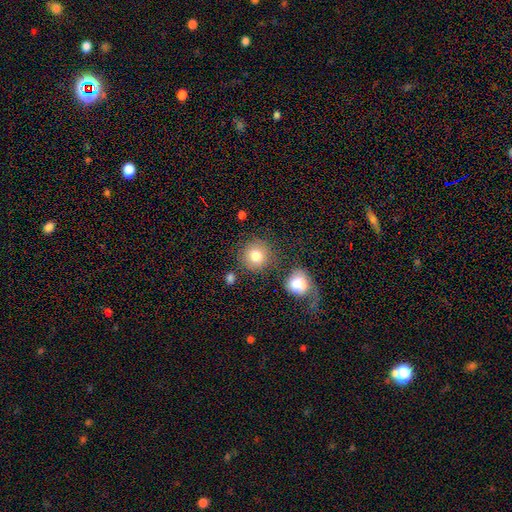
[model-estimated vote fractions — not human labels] Q: Smooth or featured?
A: smooth (80%); runner-up: star or artifact (10%)
Q: How rounded?
A: round (91%); runner-up: in between (8%)
Q: Merging?
A: none (77%); runner-up: minor disturbance (10%)